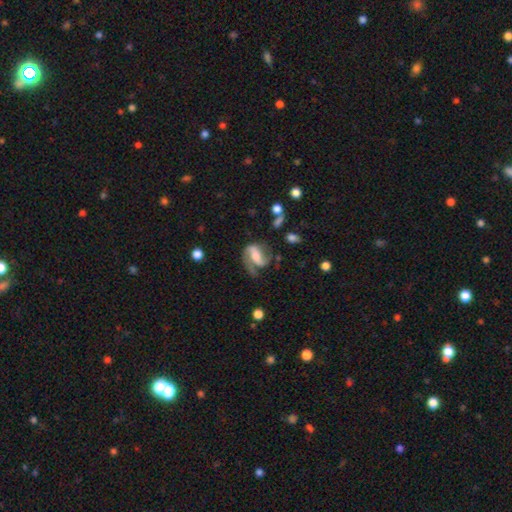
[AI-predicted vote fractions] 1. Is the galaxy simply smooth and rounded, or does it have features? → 80% featured or disk, 14% smooth, 7% star or artifact.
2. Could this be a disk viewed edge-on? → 96% no, 4% yes.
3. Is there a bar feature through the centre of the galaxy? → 42% strong, 36% weak, 22% no.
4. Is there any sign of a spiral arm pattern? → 94% yes, 6% no.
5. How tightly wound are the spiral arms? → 47% medium, 35% loose, 18% tight.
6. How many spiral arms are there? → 78% 2, 12% 1, 4% can't tell, 3% 3, 1% 4, 1% more than 4.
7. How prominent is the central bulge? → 37% moderate, 32% small, 14% none, 14% large, 2% dominant.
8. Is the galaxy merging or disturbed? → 54% none, 21% major disturbance, 21% minor disturbance, 4% merger.